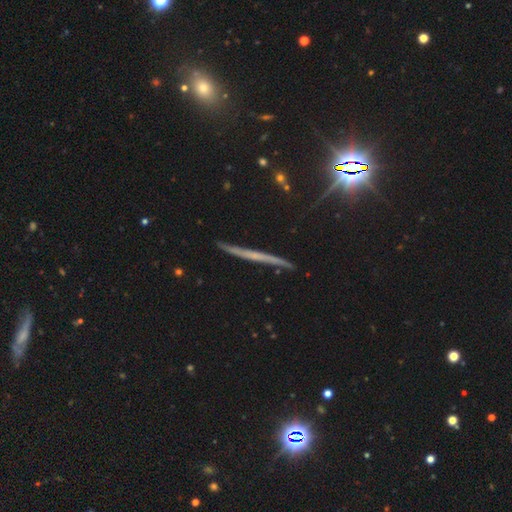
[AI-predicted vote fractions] featured or disk 59%, smooth 25%, star or artifact 16%. Down the decision tree: edge-on disk — yes (95%); edge-on bulge — none (80%); merging — none (85%).